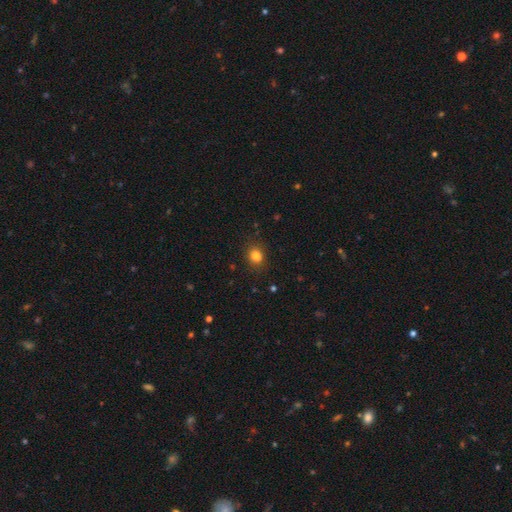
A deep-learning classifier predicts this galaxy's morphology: Smooth or featured?
  - smooth: 81% *
  - star or artifact: 13%
  - featured or disk: 6%
How rounded?
  - round: 62% *
  - in between: 37%
  - cigar-shaped: 1%
Merging?
  - none: 83% *
  - minor disturbance: 12%
  - major disturbance: 3%
  - merger: 2%